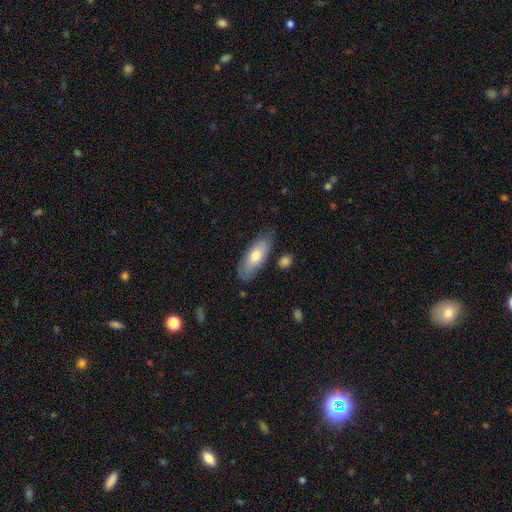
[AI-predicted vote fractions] Smooth or featured?
  - smooth: 67% *
  - featured or disk: 27%
  - star or artifact: 6%
How rounded?
  - in between: 76% *
  - cigar-shaped: 22%
  - round: 2%
Merging?
  - none: 77% *
  - minor disturbance: 17%
  - major disturbance: 3%
  - merger: 3%